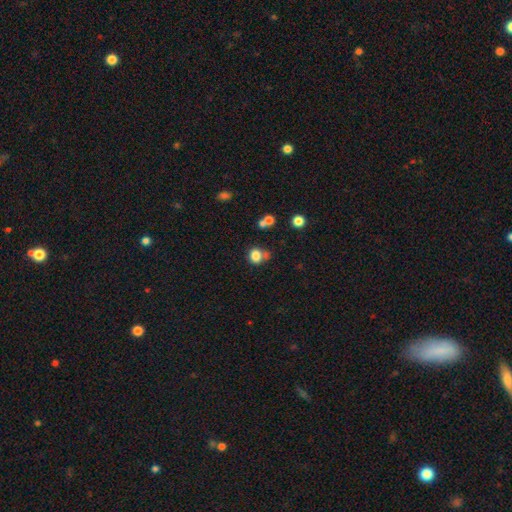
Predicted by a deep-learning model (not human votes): Smooth or featured? smooth (81%)
How rounded? round (70%)
Merging? none (55%)